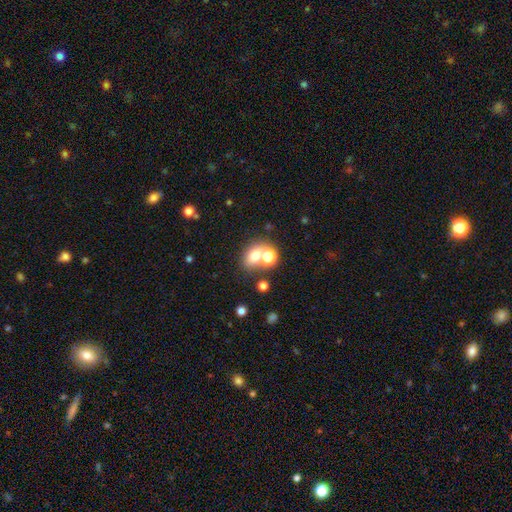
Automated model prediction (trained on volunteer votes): smooth_or_featured: smooth (p=0.69) [alt: star or artifact p=0.17]
how_rounded: round (p=0.50) [alt: in between p=0.49]
merging: none (p=0.47) [alt: merger p=0.39]